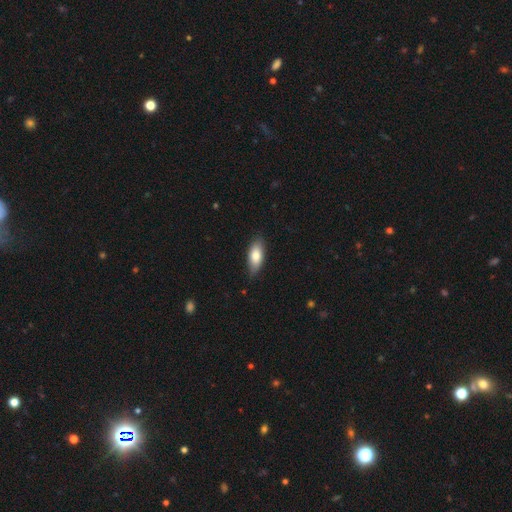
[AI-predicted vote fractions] A smooth galaxy with no disk features (78%) that is in between round and cigar-shaped (85%).

Vote fractions:
- Smooth or featured? smooth: 78% / featured or disk: 16% / star or artifact: 6%
- How rounded? in between: 85% / cigar-shaped: 12% / round: 3%
- Merging? none: 81% / minor disturbance: 16% / major disturbance: 2% / merger: 1%